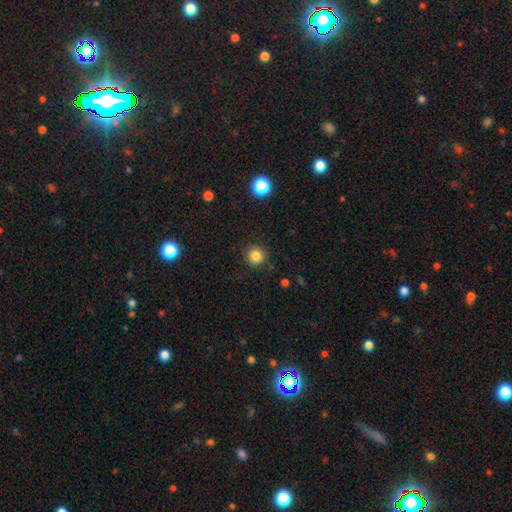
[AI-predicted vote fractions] smooth 84%, star or artifact 12%, featured or disk 4%. Down the decision tree: how rounded — round (95%); merging — none (89%).